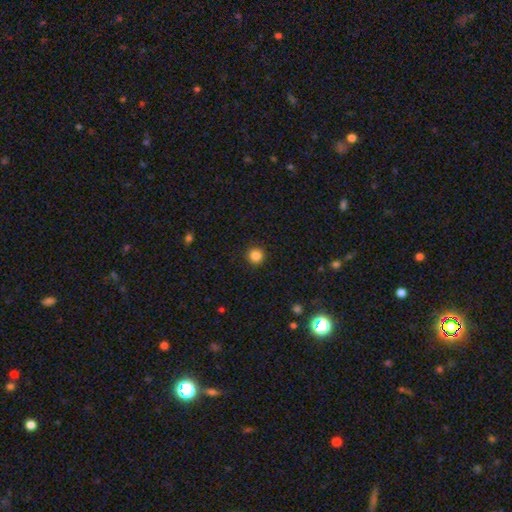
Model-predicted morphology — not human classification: A smooth galaxy with no disk features (85%) that is round (95%). Merging: none (92%).